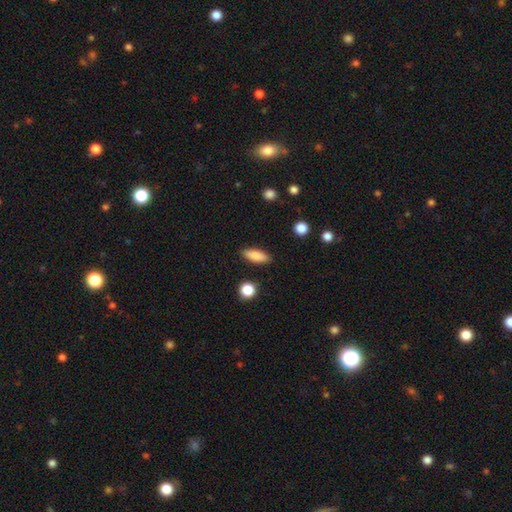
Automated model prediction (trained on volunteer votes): Smooth or featured?
  - smooth: 85% *
  - featured or disk: 8%
  - star or artifact: 7%
How rounded?
  - in between: 66% *
  - cigar-shaped: 31%
  - round: 3%
Merging?
  - none: 88% *
  - minor disturbance: 8%
  - major disturbance: 2%
  - merger: 2%